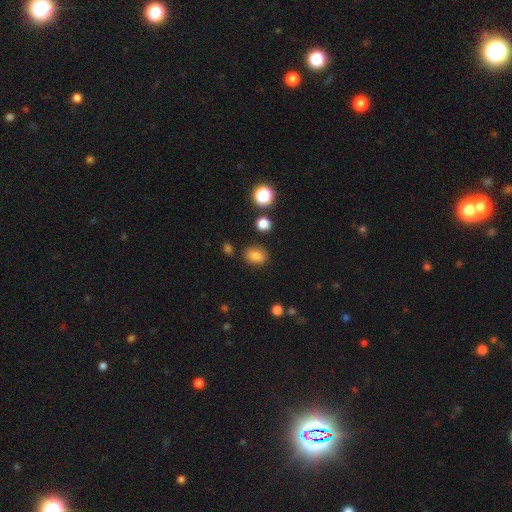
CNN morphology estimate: Smooth or featured: smooth — 83% (star or artifact — 12%)
How rounded: in between — 68% (round — 30%)
Merging: none — 83% (minor disturbance — 11%)